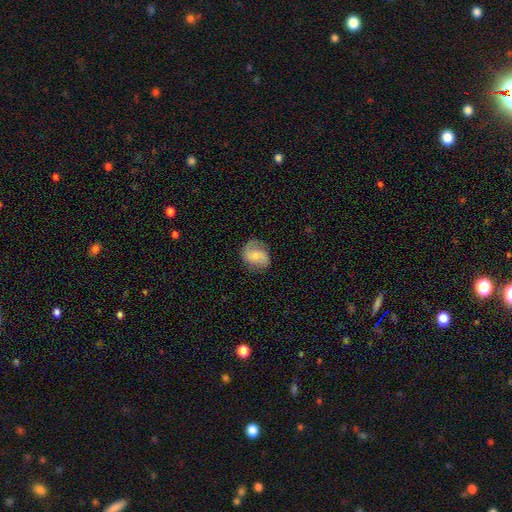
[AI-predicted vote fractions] Smooth or featured?
  - featured or disk: 56% *
  - smooth: 37%
  - star or artifact: 7%
Edge-on disk?
  - no: 98% *
  - yes: 2%
Bar?
  - no: 53% *
  - weak: 38%
  - strong: 9%
Spiral arms?
  - yes: 91% *
  - no: 9%
Bulge size?
  - small: 46% *
  - moderate: 36%
  - none: 12%
  - large: 4%
  - dominant: 1%
Merging?
  - none: 73% *
  - minor disturbance: 19%
  - major disturbance: 7%
  - merger: 1%